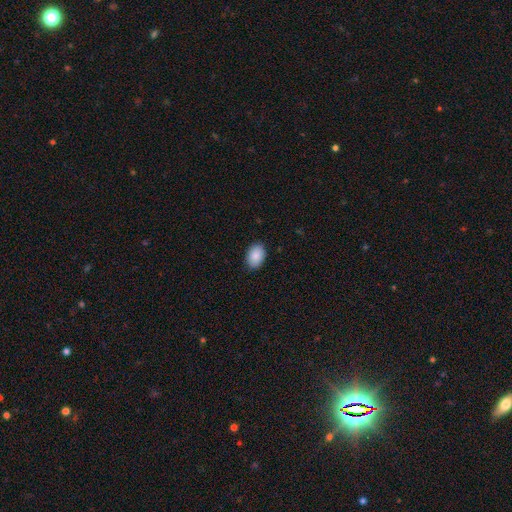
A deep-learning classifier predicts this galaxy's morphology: Smooth or featured? smooth (88%)
How rounded? in between (84%)
Merging? none (89%)